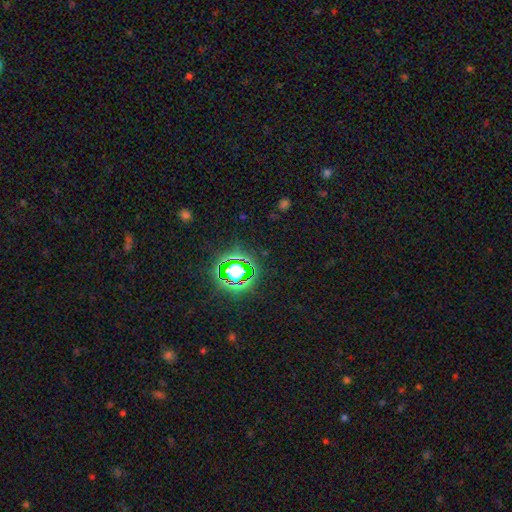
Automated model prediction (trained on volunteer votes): Smooth or featured? Predicted: star or artifact (p=0.77).